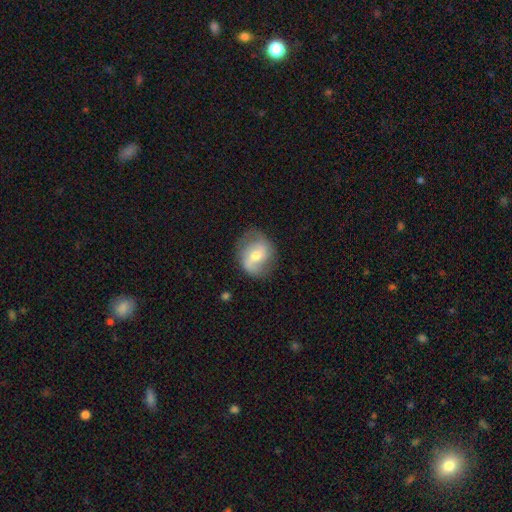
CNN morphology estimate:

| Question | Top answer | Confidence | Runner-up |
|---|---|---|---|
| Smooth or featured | featured or disk | 63% | smooth (29%) |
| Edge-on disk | no | 96% | yes (4%) |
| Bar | weak | 43% | no (42%) |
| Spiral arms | yes | 85% | no (15%) |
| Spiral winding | medium | 42% | loose (38%) |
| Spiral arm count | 2 | 80% | can't tell (10%) |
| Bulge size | moderate | 66% | small (27%) |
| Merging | none | 71% | minor disturbance (20%) |